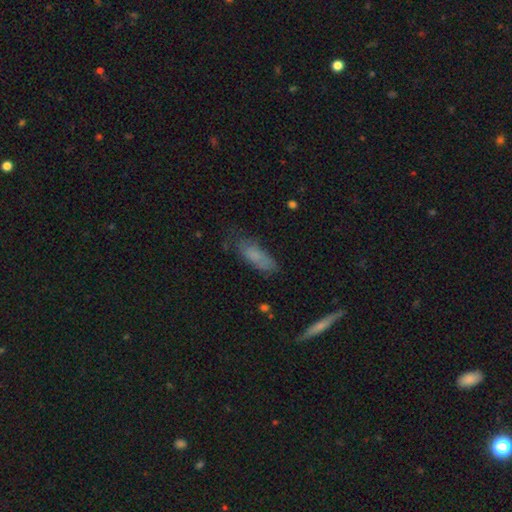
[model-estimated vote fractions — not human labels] This appears to be a smooth galaxy with no disk features (70%) that is in between round and cigar-shaped (60%). Merging: none (57%).